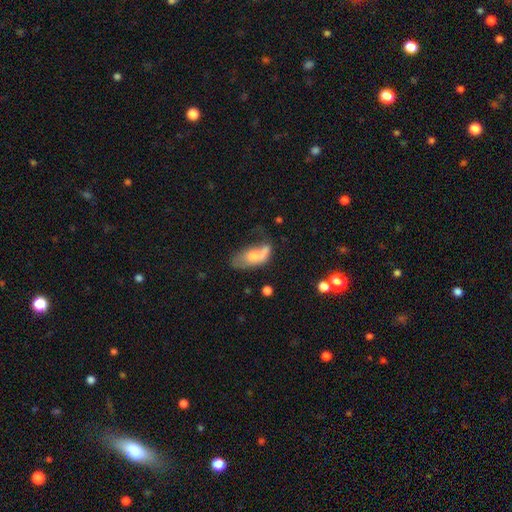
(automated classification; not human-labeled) smooth 57%, featured or disk 35%, star or artifact 8%. Down the decision tree: how rounded — in between (86%); merging — major disturbance (33%).